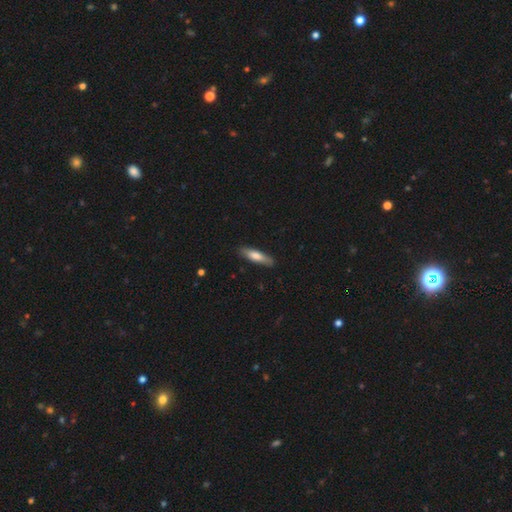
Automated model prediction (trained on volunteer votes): smooth 69%, featured or disk 25%, star or artifact 6%. Down the decision tree: how rounded — cigar-shaped (73%); merging — none (86%).